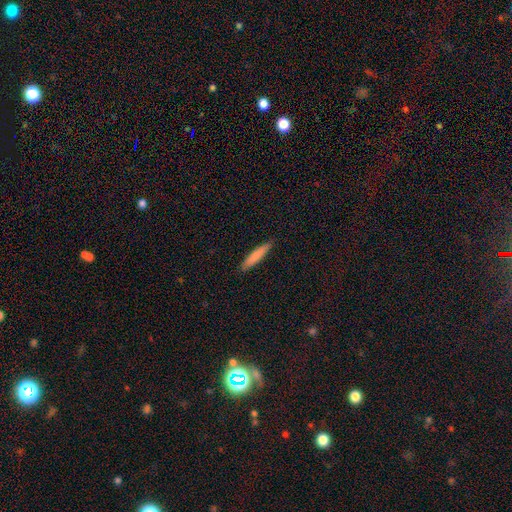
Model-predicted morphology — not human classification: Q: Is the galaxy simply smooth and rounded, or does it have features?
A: smooth — 79%.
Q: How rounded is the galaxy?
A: cigar-shaped — 91%.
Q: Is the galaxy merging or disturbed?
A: none — 90%.